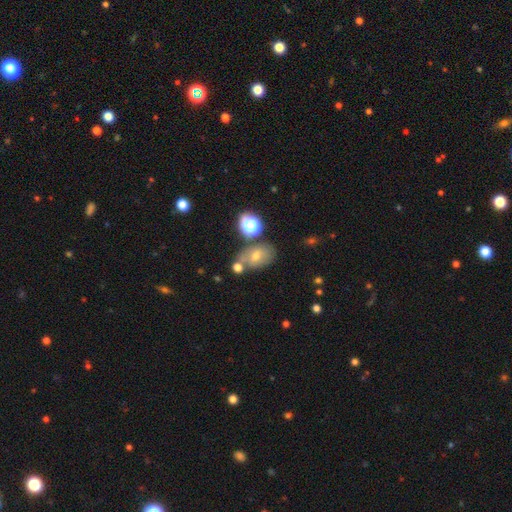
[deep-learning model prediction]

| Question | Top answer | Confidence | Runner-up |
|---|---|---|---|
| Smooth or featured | smooth | 59% | featured or disk (25%) |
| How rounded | in between | 78% | round (20%) |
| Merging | none | 59% | merger (19%) |